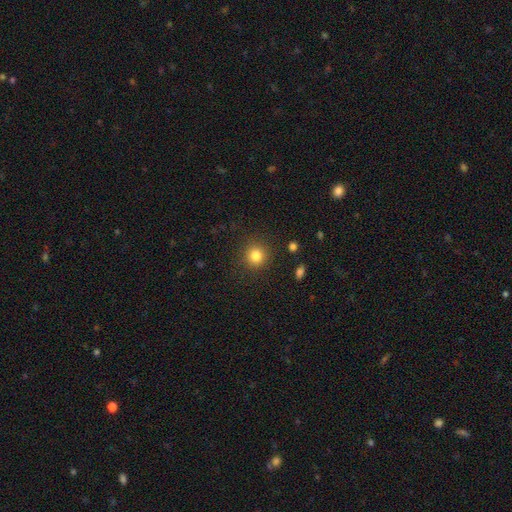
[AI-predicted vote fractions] Smooth or featured?
  - smooth: 82% *
  - star or artifact: 12%
  - featured or disk: 6%
How rounded?
  - round: 92% *
  - in between: 7%
  - cigar-shaped: 1%
Merging?
  - none: 89% *
  - minor disturbance: 7%
  - major disturbance: 3%
  - merger: 1%